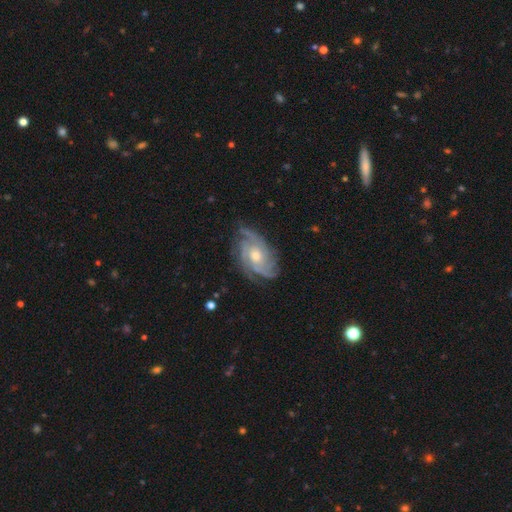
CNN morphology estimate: Q: Smooth or featured?
A: featured or disk (88%); runner-up: smooth (7%)
Q: Edge-on disk?
A: no (96%); runner-up: yes (4%)
Q: Bar?
A: no (73%); runner-up: weak (22%)
Q: Spiral arms?
A: yes (97%); runner-up: no (3%)
Q: Spiral winding?
A: tight (61%); runner-up: medium (32%)
Q: Spiral arm count?
A: 3 (29%); runner-up: can't tell (23%)
Q: Bulge size?
A: moderate (68%); runner-up: small (25%)
Q: Merging?
A: none (74%); runner-up: minor disturbance (19%)